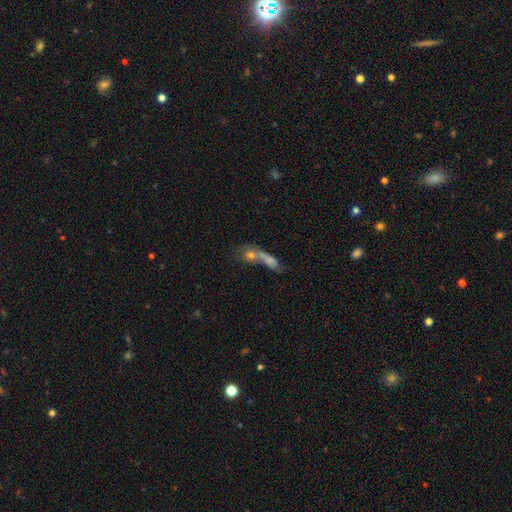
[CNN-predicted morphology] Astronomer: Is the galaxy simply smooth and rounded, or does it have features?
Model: smooth — 56%.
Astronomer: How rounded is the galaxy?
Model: in between — 36% (runner-up: round, 34%).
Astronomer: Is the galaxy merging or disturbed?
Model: merger — 49% (runner-up: none, 36%).